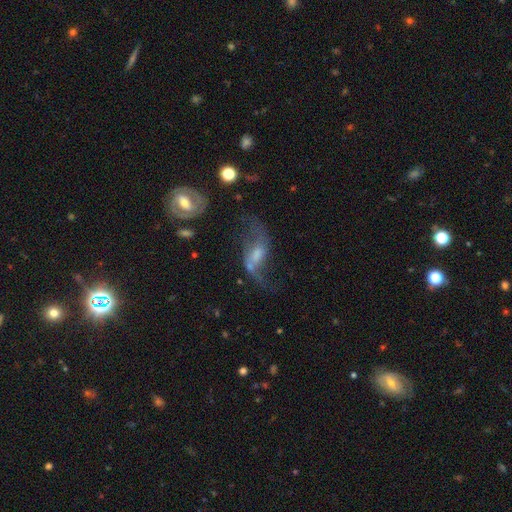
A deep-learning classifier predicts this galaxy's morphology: smooth-or-featured: featured or disk: 77% | smooth: 14% | star or artifact: 9%
  disk-edge-on: no: 94% | yes: 6%
    bar: weak: 49% | no: 33% | strong: 18%
    has-spiral-arms: yes: 88% | no: 12%
      spiral-winding: loose: 87% | medium: 11% | tight: 3%
      spiral-arm-count: 2: 87% | 1: 6% | can't tell: 4% | 3: 1% | 4: 1% | more than 4: 1%
    bulge-size: moderate: 38% | small: 33% | none: 17% | large: 9% | dominant: 2%
  merging: none: 41% | major disturbance: 28% | minor disturbance: 17% | merger: 13%